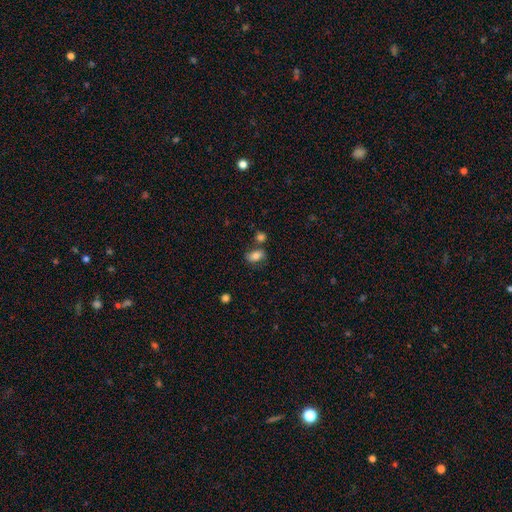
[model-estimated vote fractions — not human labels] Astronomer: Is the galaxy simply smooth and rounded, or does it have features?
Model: smooth — 77%.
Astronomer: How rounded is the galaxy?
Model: in between — 81%.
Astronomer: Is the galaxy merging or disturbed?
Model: none — 61%.